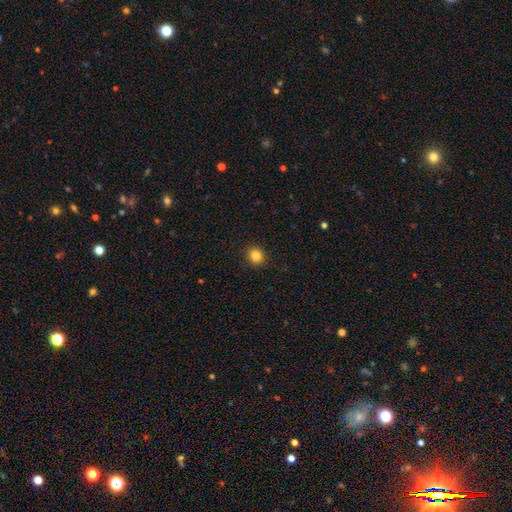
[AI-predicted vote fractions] Smooth or featured: smooth — 84% (star or artifact — 11%)
How rounded: round — 87% (in between — 12%)
Merging: none — 91% (minor disturbance — 6%)